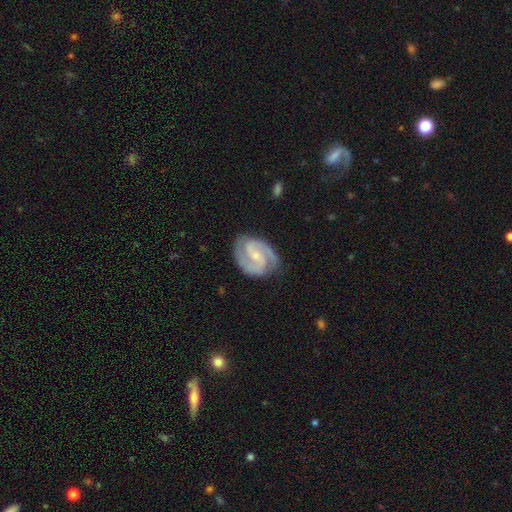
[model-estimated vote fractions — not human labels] Smooth or featured: featured or disk — 91% (smooth — 5%)
Edge-on disk: no — 98% (yes — 2%)
Bar: weak — 44% (no — 35%)
Spiral arms: yes — 98% (no — 2%)
Spiral winding: medium — 52% (tight — 39%)
Spiral arm count: 2 — 91% (3 — 3%)
Bulge size: small — 67% (moderate — 26%)
Merging: none — 81% (minor disturbance — 14%)